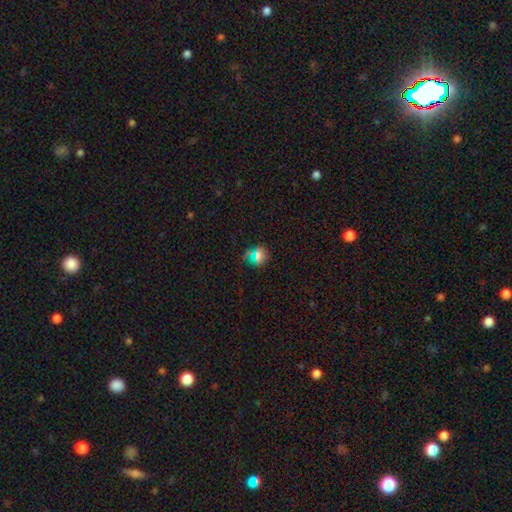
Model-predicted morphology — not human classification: This appears to be a smooth galaxy with no disk features (65%) that is round (78%). Merging: none (80%).